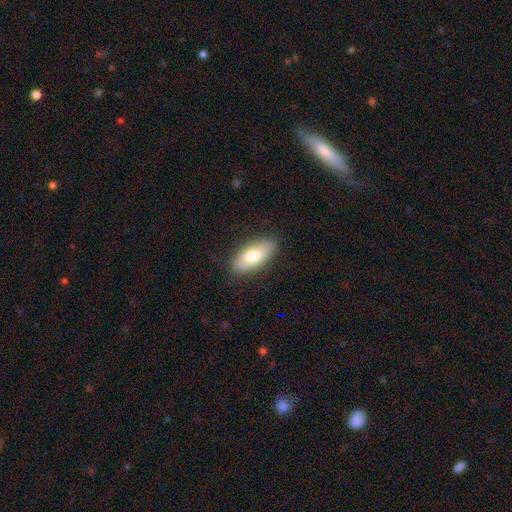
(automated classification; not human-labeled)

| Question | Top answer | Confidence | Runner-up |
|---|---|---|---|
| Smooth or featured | smooth | 72% | featured or disk (21%) |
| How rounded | in between | 85% | cigar-shaped (12%) |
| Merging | none | 87% | minor disturbance (9%) |